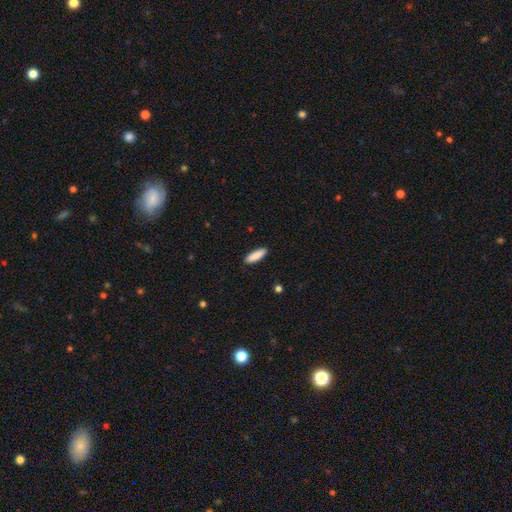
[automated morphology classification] smooth 89%, star or artifact 6%, featured or disk 5%. Down the decision tree: how rounded — in between (52%); merging — none (89%).